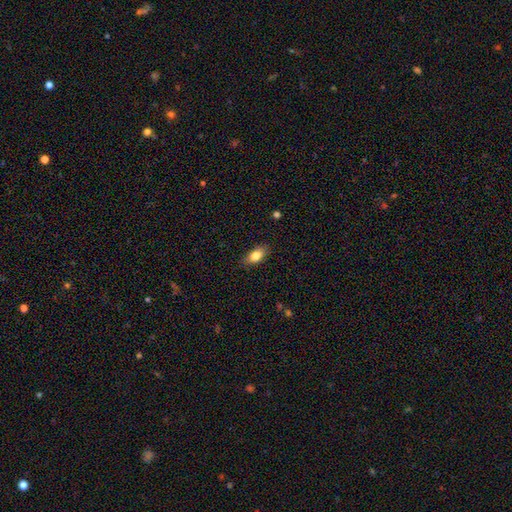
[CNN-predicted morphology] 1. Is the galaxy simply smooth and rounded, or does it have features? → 80% smooth, 13% featured or disk, 8% star or artifact.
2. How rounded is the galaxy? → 85% in between, 9% cigar-shaped, 6% round.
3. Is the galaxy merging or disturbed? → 84% none, 12% minor disturbance, 3% major disturbance, 1% merger.